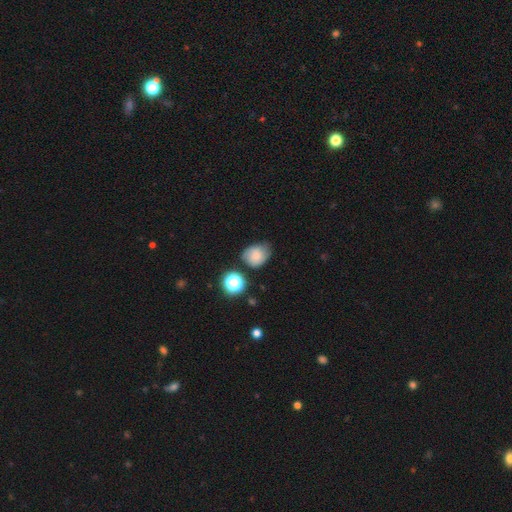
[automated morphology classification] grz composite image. It shows a smooth galaxy with no disk features (71%) that is round (51%). Merging: none (55%).